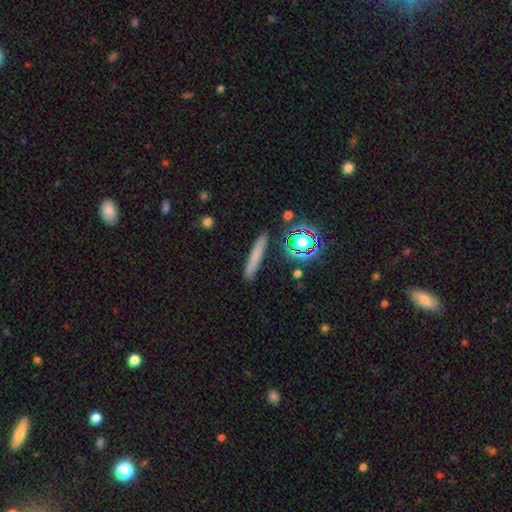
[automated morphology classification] Smooth or featured? smooth (67%)
How rounded? cigar-shaped (91%)
Merging? none (87%)